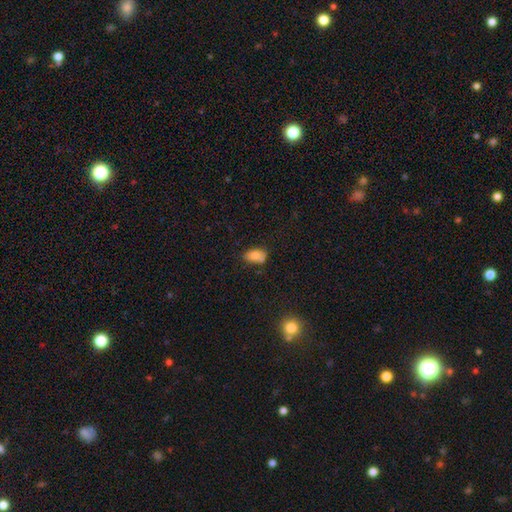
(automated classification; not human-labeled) Morphology: type=smooth (77%); roundness=in between (88%); merging=none (58%).